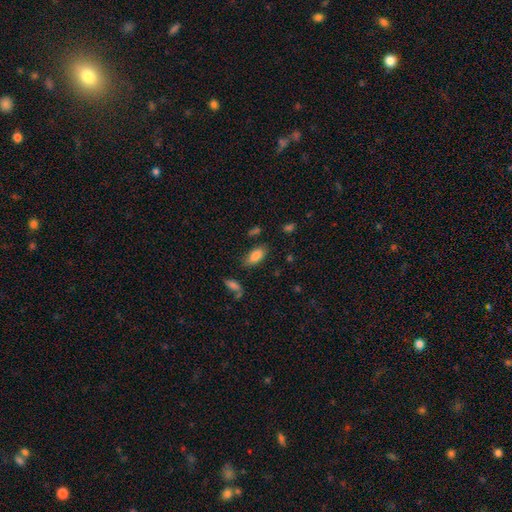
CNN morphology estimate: Overall: smooth (83%). How rounded: in between (90%). Merging: none (78%).